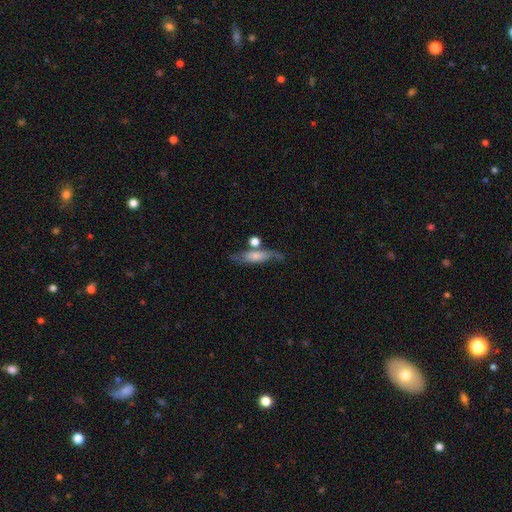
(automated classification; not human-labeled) This is possibly a featured or disk galaxy (47%). Merging: possibly none (50%).